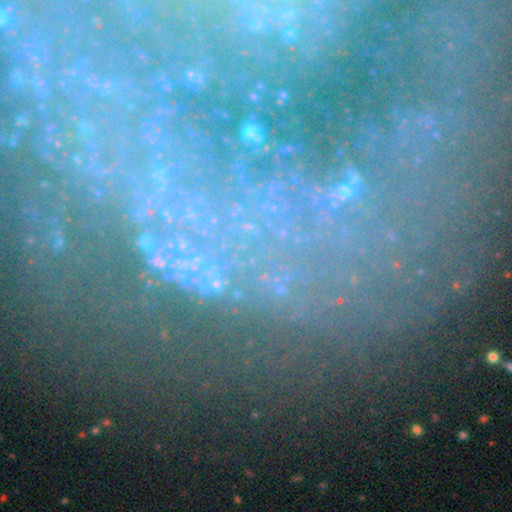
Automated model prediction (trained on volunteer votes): This is possibly a star or artifact rather than a galaxy (56%).